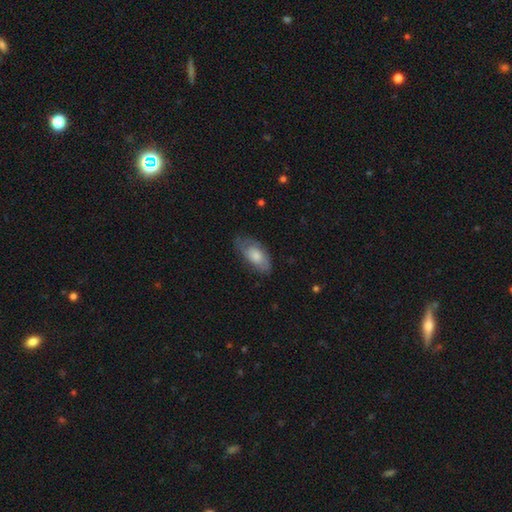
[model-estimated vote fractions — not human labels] Overall: smooth (59%; featured or disk 35%). How rounded: in between (90%). Merging: none (63%; minor disturbance 27%).